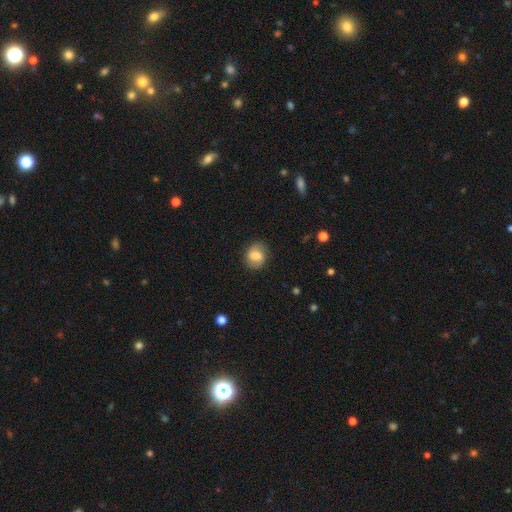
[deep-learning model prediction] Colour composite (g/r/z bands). It shows a smooth galaxy with no disk features (71%) that is round (51%). Merging: none (78%).